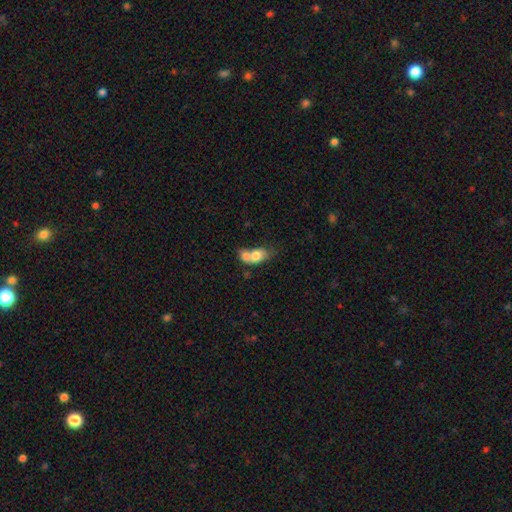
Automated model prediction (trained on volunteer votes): A smooth galaxy with no disk features (71%) that is in between round and cigar-shaped (71%). Merging: merger (72%).